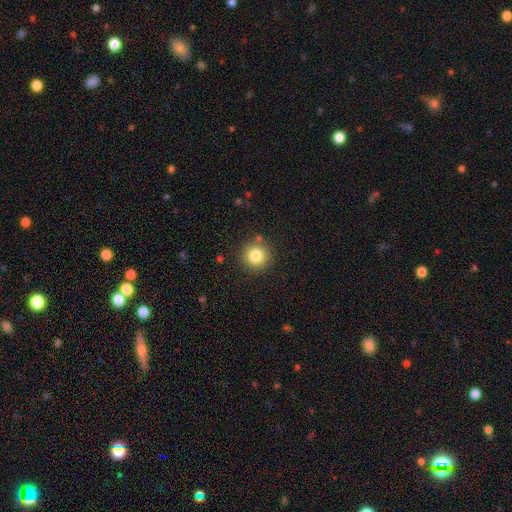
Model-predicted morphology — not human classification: Overall: smooth (82%). How rounded: round (95%). Merging: none (87%).